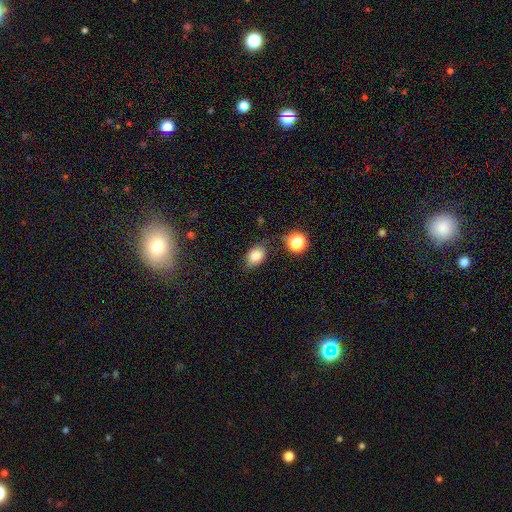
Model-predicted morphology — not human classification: This is clearly a smooth galaxy (83%). How rounded: clearly in between (80%). Merging: likely none (68%).